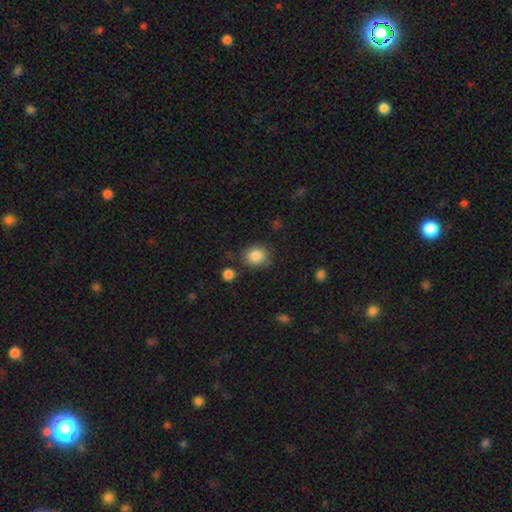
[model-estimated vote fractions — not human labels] Smooth or featured? smooth (86%)
How rounded? round (76%)
Merging? none (79%)